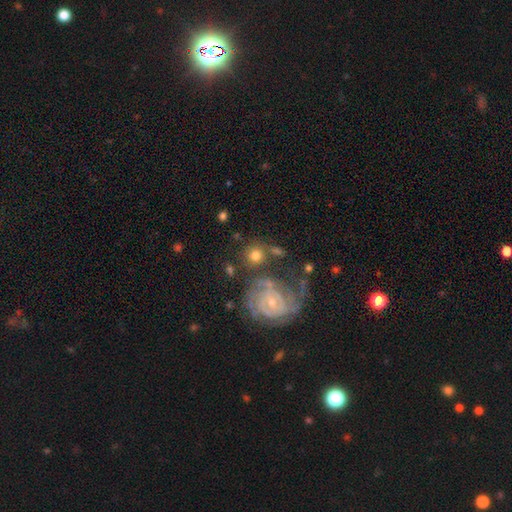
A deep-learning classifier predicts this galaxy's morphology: A smooth galaxy with no disk features (60%) that is round (88%).

Vote fractions:
- Smooth or featured? smooth: 60% / featured or disk: 32% / star or artifact: 8%
- How rounded? round: 88% / in between: 11% / cigar-shaped: 1%
- Merging? none: 70% / minor disturbance: 13% / merger: 10% / major disturbance: 7%